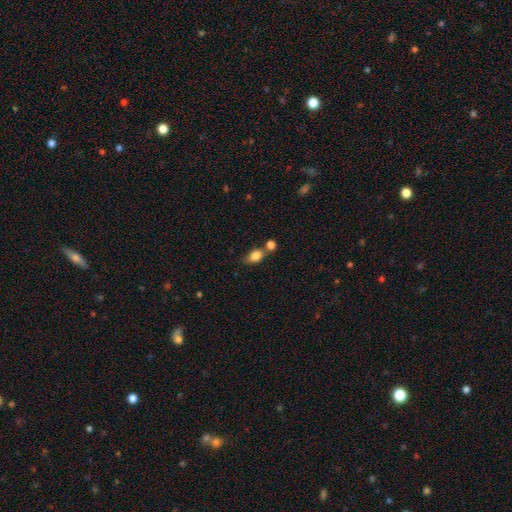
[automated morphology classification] type=smooth (83%); roundness=in between (75%); merging=none (51%).